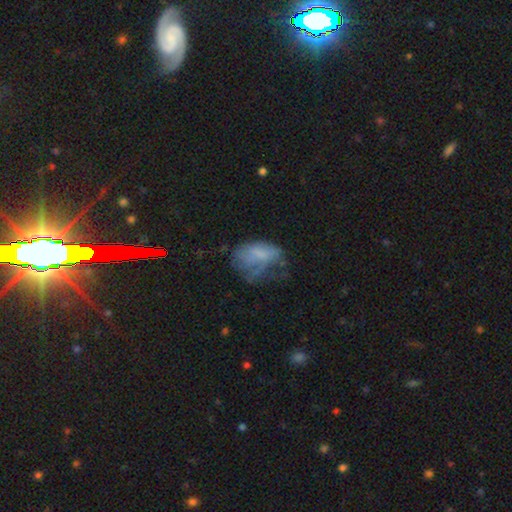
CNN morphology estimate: A smooth galaxy with no disk features (54%) that is in between round and cigar-shaped (81%).

Vote fractions:
- Smooth or featured? smooth: 54% / featured or disk: 31% / star or artifact: 14%
- How rounded? in between: 81% / round: 17% / cigar-shaped: 2%
- Merging? major disturbance: 40% / none: 29% / minor disturbance: 28% / merger: 4%